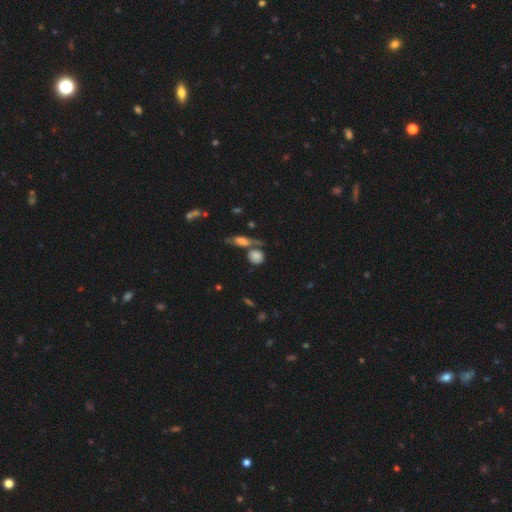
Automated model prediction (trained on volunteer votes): A smooth galaxy with no disk features (76%) that is round (75%). Merging: none (50%).